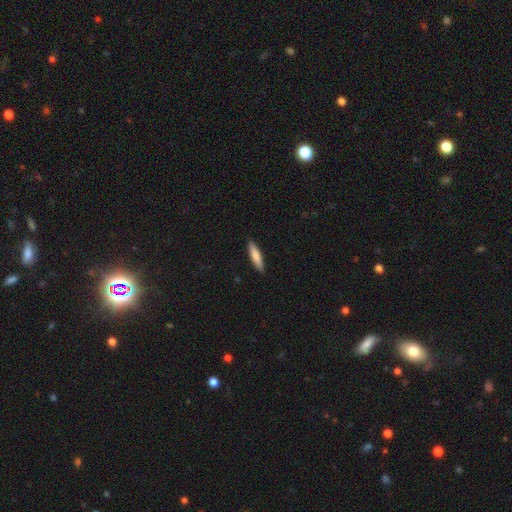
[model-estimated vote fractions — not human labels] smooth_or_featured: smooth (p=0.78) [alt: featured or disk p=0.16]
how_rounded: cigar-shaped (p=0.82) [alt: in between p=0.16]
merging: none (p=0.90) [alt: minor disturbance p=0.07]